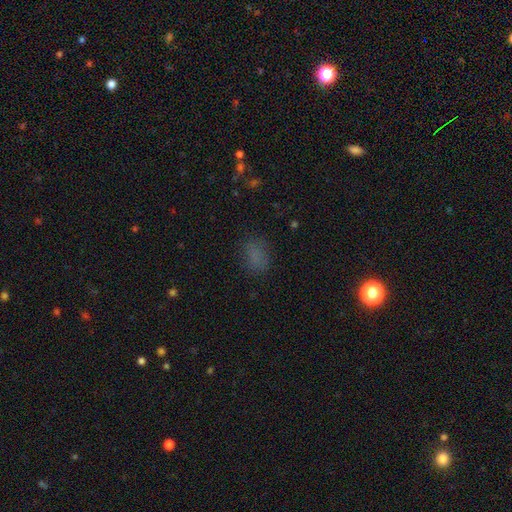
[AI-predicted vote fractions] This is likely a smooth galaxy (73%). How rounded: likely in between (77%). Merging: likely none (76%).